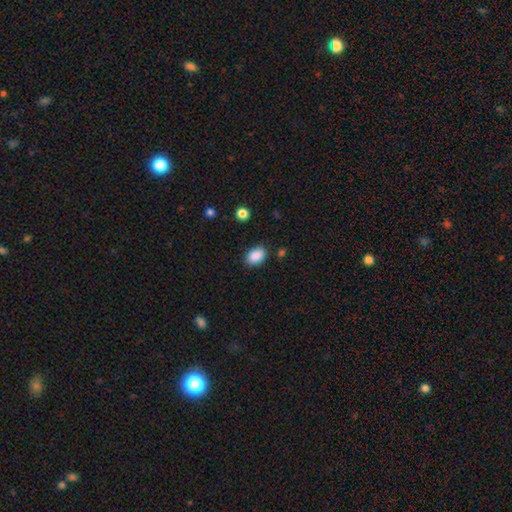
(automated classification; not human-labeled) Morphology: type=smooth (89%); roundness=in between (82%); merging=none (84%).